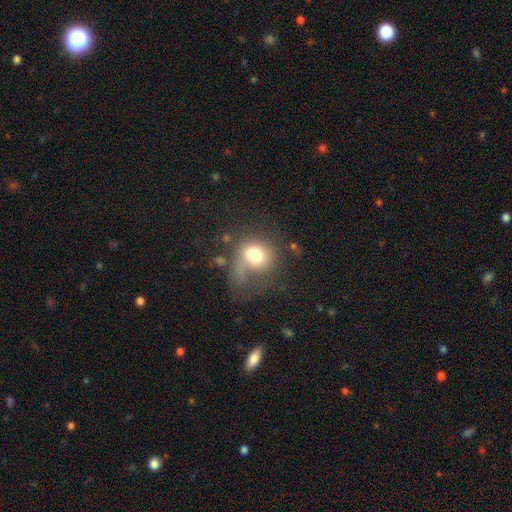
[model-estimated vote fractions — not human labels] The model was most divided on "merging": major disturbance: 42%, none: 29%, minor disturbance: 20%, merger: 9%. More confident: how rounded — round (62%); smooth or featured — smooth (62%).